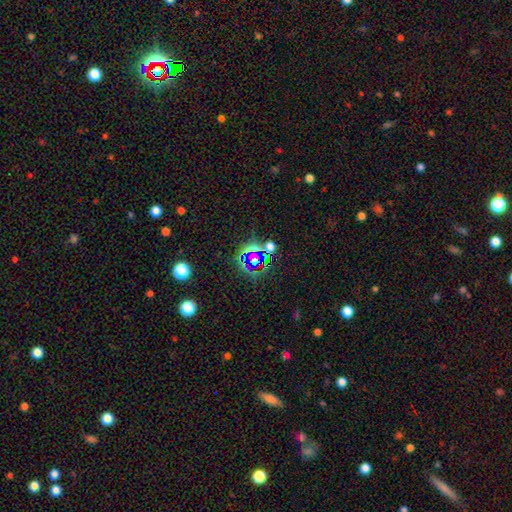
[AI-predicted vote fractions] smooth_or_featured: star or artifact (p=0.66) [alt: smooth p=0.23]